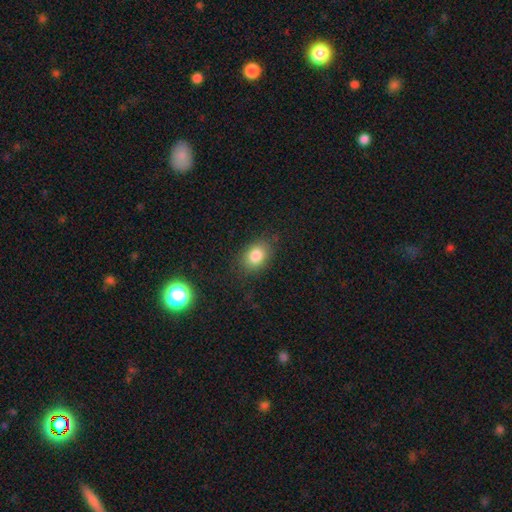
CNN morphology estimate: Smooth or featured?
  - smooth: 83% *
  - star or artifact: 10%
  - featured or disk: 7%
How rounded?
  - in between: 67% *
  - round: 32%
  - cigar-shaped: 1%
Merging?
  - none: 82% *
  - minor disturbance: 13%
  - major disturbance: 4%
  - merger: 1%